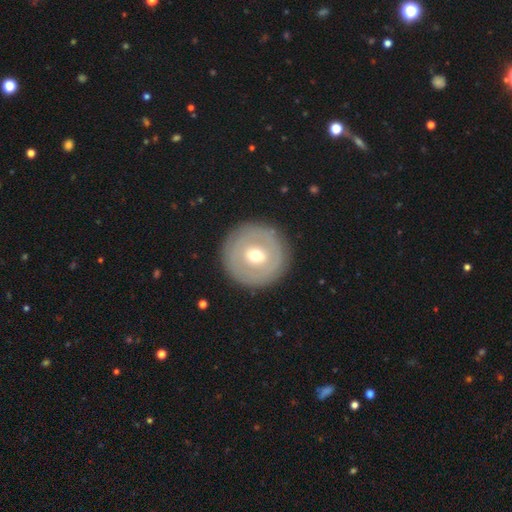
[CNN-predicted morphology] smooth_or_featured: featured or disk (p=0.50) [alt: smooth p=0.44]
merging: none (p=0.88) [alt: minor disturbance p=0.08]